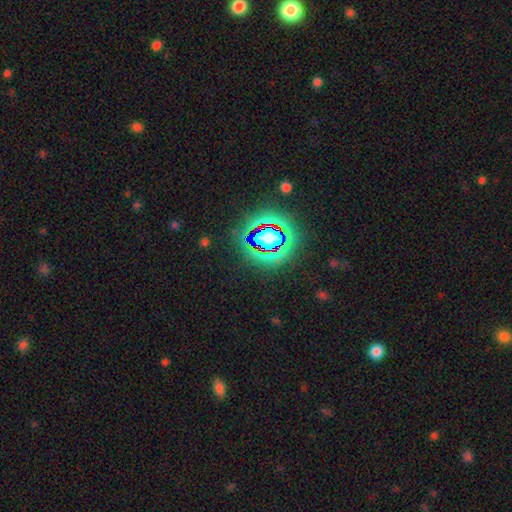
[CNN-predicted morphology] This is likely a star or artifact rather than a galaxy (79%).